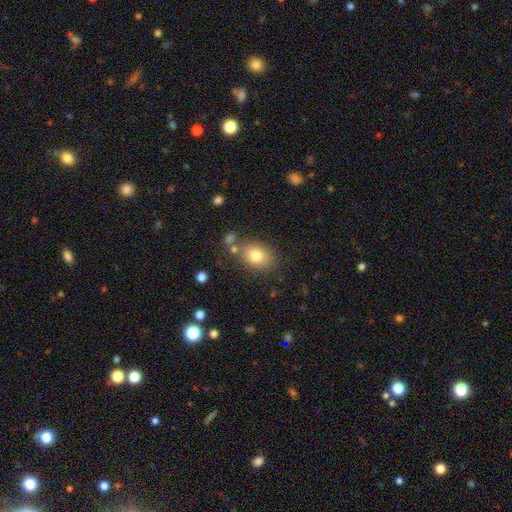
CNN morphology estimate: This appears to be a smooth galaxy with no disk features (79%) that is in between round and cigar-shaped (60%). Merging: none (74%).